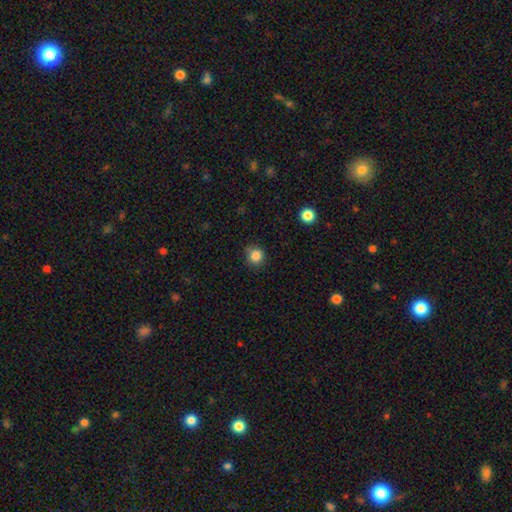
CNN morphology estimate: Smooth or featured: smooth — 85% (star or artifact — 11%)
How rounded: round — 89% (in between — 10%)
Merging: none — 81% (minor disturbance — 15%)